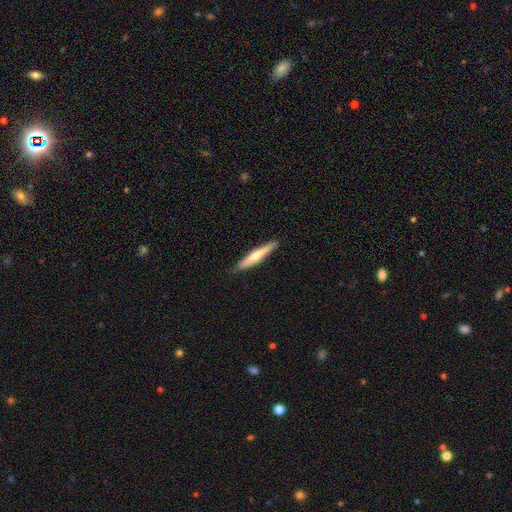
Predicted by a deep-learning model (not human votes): A smooth galaxy with no disk features (51%) that is cigar-shaped (94%).

Vote fractions:
- Smooth or featured? smooth: 51% / featured or disk: 43% / star or artifact: 5%
- How rounded? cigar-shaped: 94% / in between: 5% / round: 1%
- Merging? none: 88% / minor disturbance: 9% / major disturbance: 2% / merger: 1%